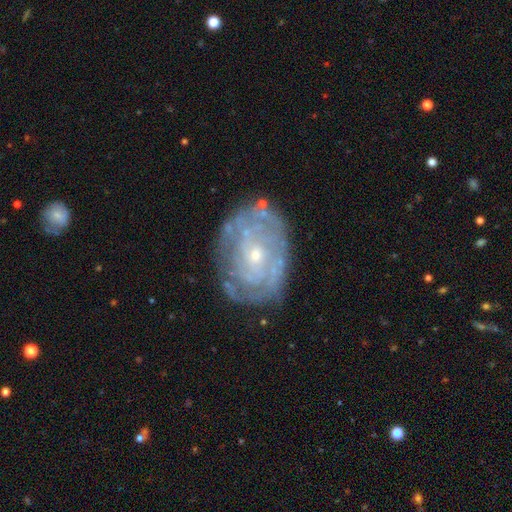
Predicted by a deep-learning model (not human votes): This appears to be a featured or disk galaxy (79%) with no bar (76%), tight (73%) spiral arms (80%) and a small central bulge (72%). Merging: none (73%).